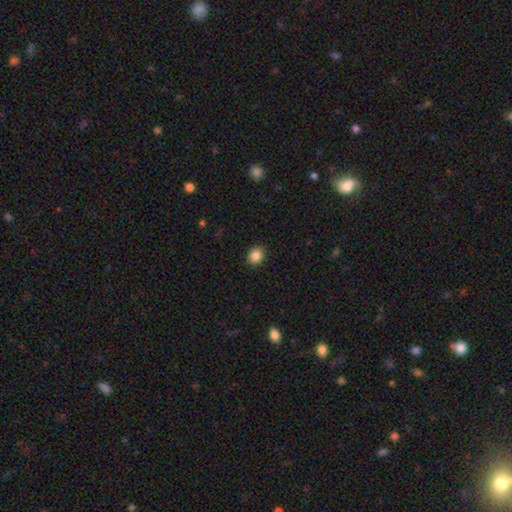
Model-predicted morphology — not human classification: Smooth or featured? Predicted: smooth (p=0.87). How rounded? Predicted: round (p=0.59). Merging? Predicted: none (p=0.90).